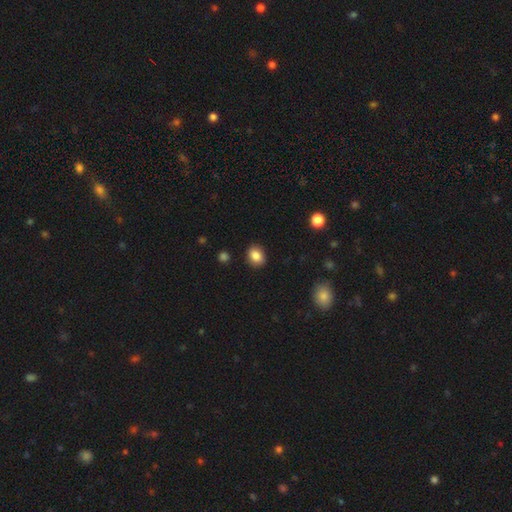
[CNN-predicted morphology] smooth_or_featured: smooth (p=0.86) [alt: star or artifact p=0.09]
how_rounded: in between (p=0.52) [alt: round p=0.47]
merging: none (p=0.88) [alt: minor disturbance p=0.09]